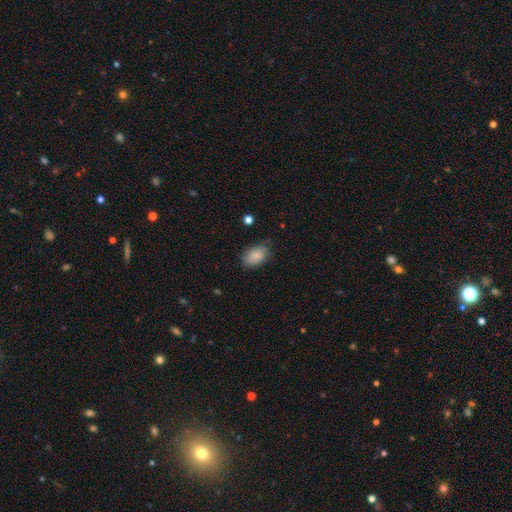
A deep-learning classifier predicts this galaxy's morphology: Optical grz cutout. It shows a smooth galaxy with no disk features (85%) that is in between round and cigar-shaped (89%). Merging: none (73%).